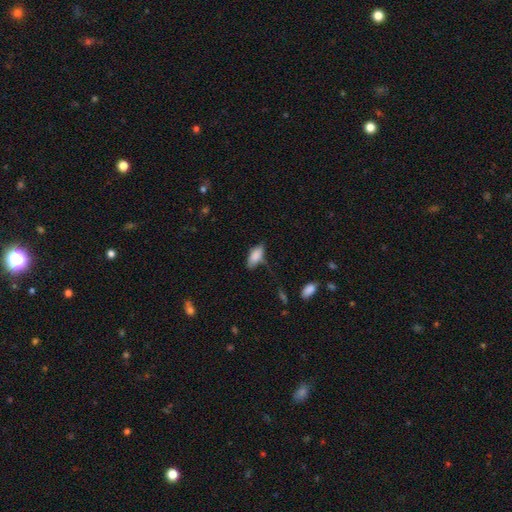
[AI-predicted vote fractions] smooth_or_featured: smooth (p=0.83) [alt: featured or disk p=0.10]
how_rounded: in between (p=0.87) [alt: cigar-shaped p=0.11]
merging: none (p=0.58) [alt: minor disturbance p=0.29]